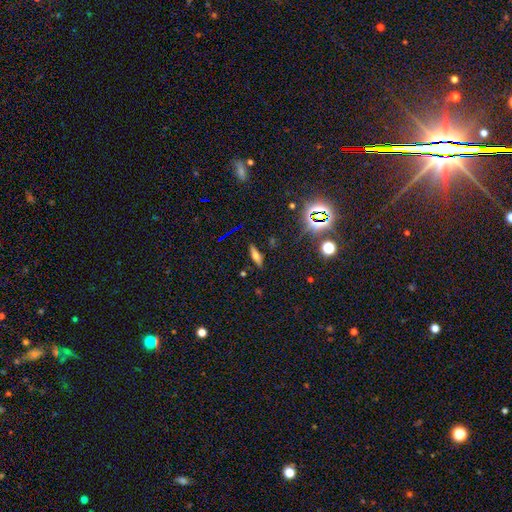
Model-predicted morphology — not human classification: Smooth or featured? Predicted: smooth (p=0.51). How rounded? Predicted: cigar-shaped (p=0.51). Merging? Predicted: none (p=0.85).